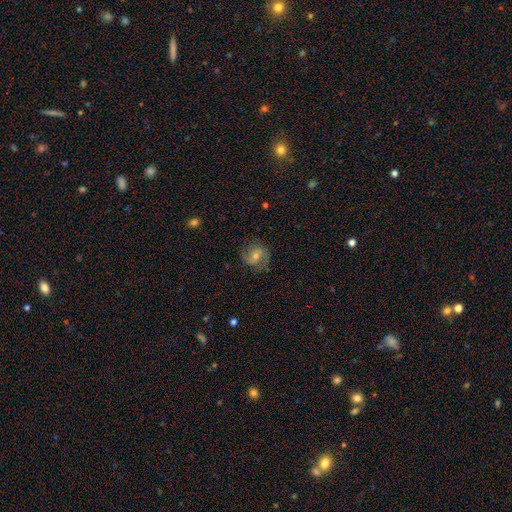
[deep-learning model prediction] smooth-or-featured: featured or disk: 65% | smooth: 23% | star or artifact: 12%
  disk-edge-on: no: 97% | yes: 3%
    bar: no: 44% | weak: 43% | strong: 13%
    has-spiral-arms: yes: 91% | no: 9%
      spiral-winding: medium: 48% | tight: 30% | loose: 22%
      spiral-arm-count: 2: 76% | can't tell: 12% | 3: 5% | 1: 4% | 4: 2% | more than 4: 2%
    bulge-size: moderate: 48% | small: 46% | large: 3% | none: 2% | dominant: 1%
  merging: none: 79% | minor disturbance: 14% | major disturbance: 6% | merger: 1%